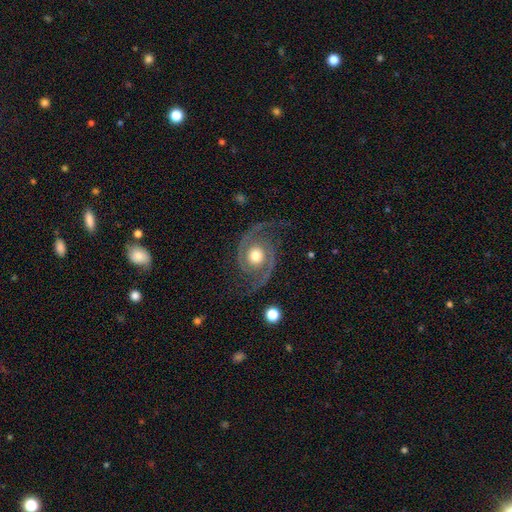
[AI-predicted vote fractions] A featured or disk galaxy (92%) with no bar (76%), 2 (94%) medium (56%) spiral arms (98%) and a moderate central bulge (71%).

Vote fractions:
- Smooth or featured? featured or disk: 92% / star or artifact: 4% / smooth: 4%
- Edge-on disk? no: 98% / yes: 2%
- Bar? no: 76% / weak: 18% / strong: 6%
- Spiral arms? yes: 98% / no: 2%
- Spiral winding? medium: 56% / tight: 23% / loose: 20%
- Spiral arm count? 2: 94% / can't tell: 1% / 3: 1% / 1: 1% / 4: 1% / more than 4: 1%
- Bulge size? moderate: 71% / large: 19% / small: 7% / dominant: 2% / none: 1%
- Merging? none: 78% / minor disturbance: 13% / major disturbance: 7% / merger: 2%